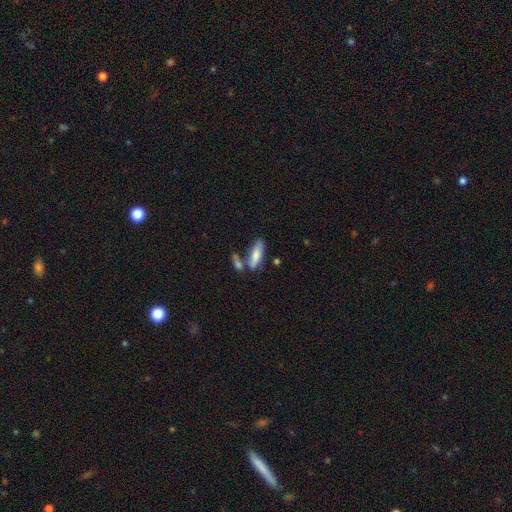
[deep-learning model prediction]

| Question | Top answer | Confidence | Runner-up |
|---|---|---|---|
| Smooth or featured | smooth | 72% | featured or disk (21%) |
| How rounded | cigar-shaped | 50% | in between (48%) |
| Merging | none | 51% | merger (28%) |